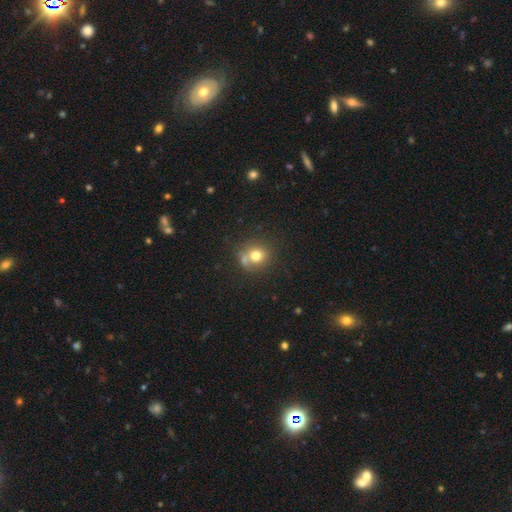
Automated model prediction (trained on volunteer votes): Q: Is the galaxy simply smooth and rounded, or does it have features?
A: smooth — 74%.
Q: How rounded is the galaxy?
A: round — 82%.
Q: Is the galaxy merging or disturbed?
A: none — 55%.